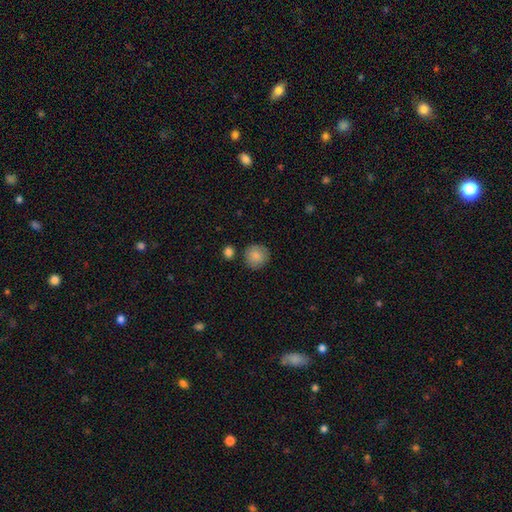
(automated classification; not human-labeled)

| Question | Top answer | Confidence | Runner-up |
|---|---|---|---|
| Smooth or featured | smooth | 88% | star or artifact (8%) |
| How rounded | round | 93% | in between (6%) |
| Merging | none | 85% | minor disturbance (9%) |